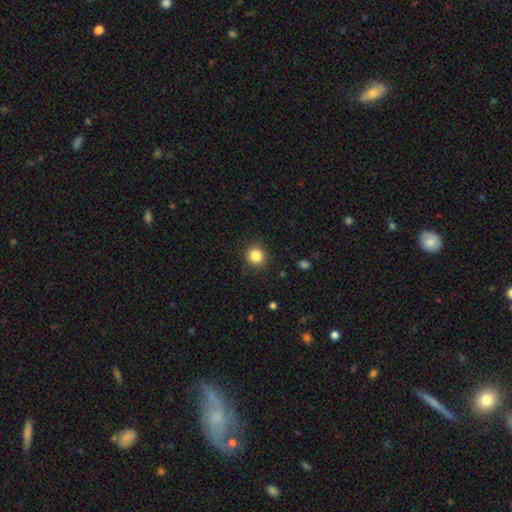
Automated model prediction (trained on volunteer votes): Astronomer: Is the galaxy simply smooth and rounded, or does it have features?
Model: smooth — 84%.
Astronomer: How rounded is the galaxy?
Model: round — 91%.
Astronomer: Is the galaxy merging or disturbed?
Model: none — 90%.